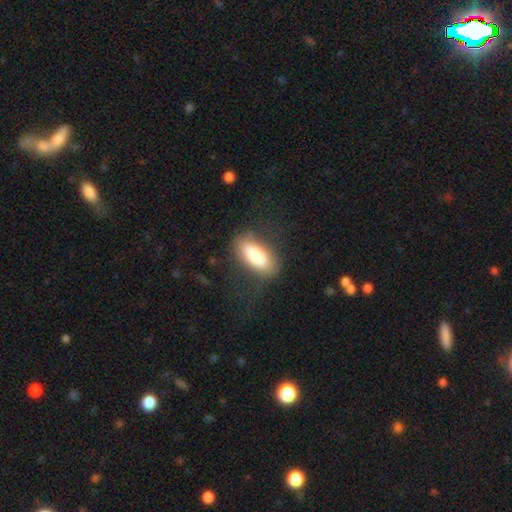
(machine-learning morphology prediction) smooth_or_featured: smooth (p=0.79) [alt: featured or disk p=0.15]
how_rounded: in between (p=0.87) [alt: cigar-shaped p=0.10]
merging: none (p=0.74) [alt: minor disturbance p=0.15]